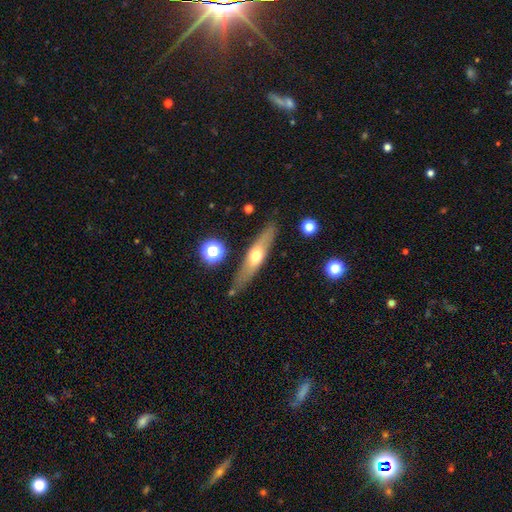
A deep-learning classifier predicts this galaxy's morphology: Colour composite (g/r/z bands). It shows a featured or disk galaxy (51%) viewed edge-on (82%). Merging: none (82%).